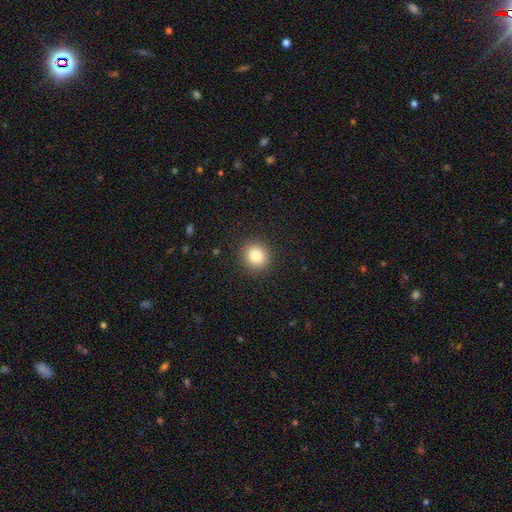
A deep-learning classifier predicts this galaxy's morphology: type=smooth (83%); roundness=round (88%); merging=none (91%).